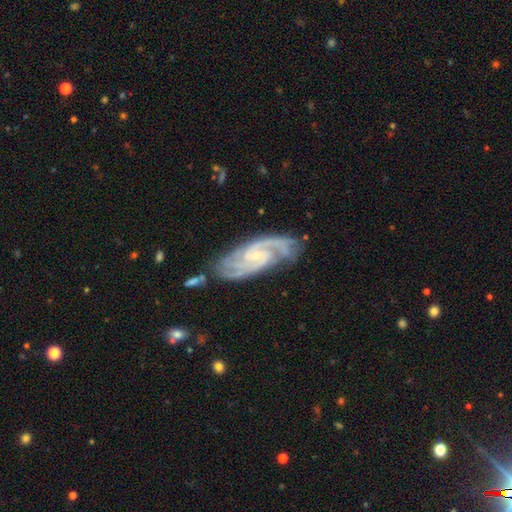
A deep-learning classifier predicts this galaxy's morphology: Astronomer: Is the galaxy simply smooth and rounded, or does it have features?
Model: featured or disk — 91%.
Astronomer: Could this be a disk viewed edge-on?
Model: no — 96%.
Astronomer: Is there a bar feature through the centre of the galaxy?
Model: no — 48% (runner-up: weak, 39%).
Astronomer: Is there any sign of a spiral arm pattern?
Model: yes — 99%.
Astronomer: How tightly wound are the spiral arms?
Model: tight — 54% (runner-up: medium, 39%).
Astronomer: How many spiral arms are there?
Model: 2 — 46% (runner-up: 3, 27%).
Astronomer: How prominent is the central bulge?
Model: small — 77%.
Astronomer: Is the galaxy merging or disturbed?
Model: none — 73%.